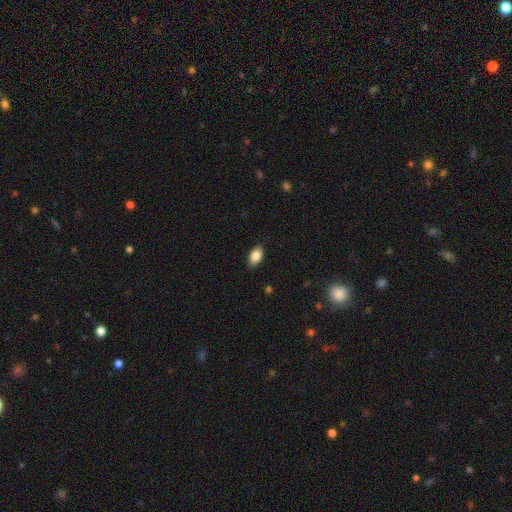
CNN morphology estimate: A smooth galaxy with no disk features (86%) that is in between round and cigar-shaped (91%).

Vote fractions:
- Smooth or featured? smooth: 86% / star or artifact: 8% / featured or disk: 7%
- How rounded? in between: 91% / round: 7% / cigar-shaped: 2%
- Merging? none: 89% / minor disturbance: 8% / major disturbance: 2% / merger: 1%